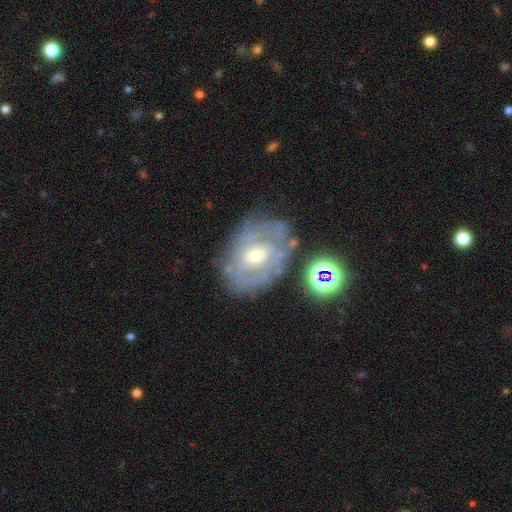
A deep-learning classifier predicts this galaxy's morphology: Smooth or featured: featured or disk — 78% (smooth — 13%)
Edge-on disk: no — 96% (yes — 4%)
Bar: no — 45% (weak — 44%)
Spiral arms: yes — 80% (no — 20%)
Spiral winding: tight — 65% (medium — 27%)
Spiral arm count: can't tell — 52% (2 — 24%)
Bulge size: moderate — 51% (small — 46%)
Merging: none — 66% (minor disturbance — 20%)